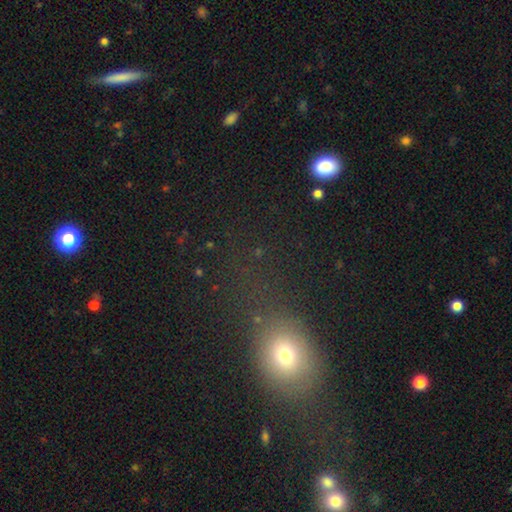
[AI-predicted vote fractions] A smooth galaxy with no disk features (55%) that is round (53%).

Vote fractions:
- Smooth or featured? smooth: 55% / star or artifact: 34% / featured or disk: 12%
- How rounded? round: 53% / in between: 42% / cigar-shaped: 5%
- Merging? none: 65% / minor disturbance: 16% / major disturbance: 12% / merger: 6%